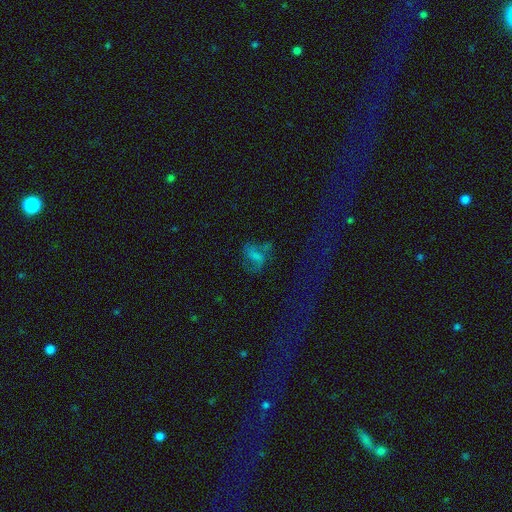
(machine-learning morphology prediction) Smooth or featured: featured or disk — 38% (smooth — 33%)
Merging: none — 50% (major disturbance — 24%)